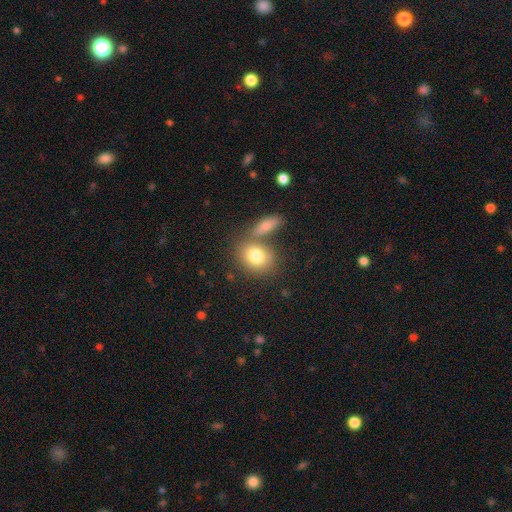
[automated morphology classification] smooth 79%, featured or disk 13%, star or artifact 8%. Down the decision tree: how rounded — round (55%); merging — none (56%).